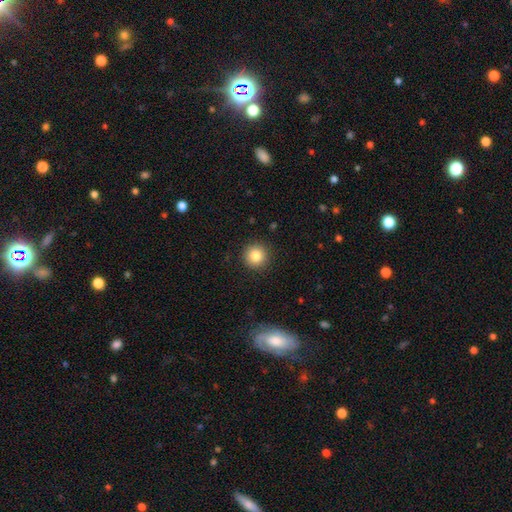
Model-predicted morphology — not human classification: Smooth or featured? Predicted: smooth (p=0.83). How rounded? Predicted: round (p=0.95). Merging? Predicted: none (p=0.91).